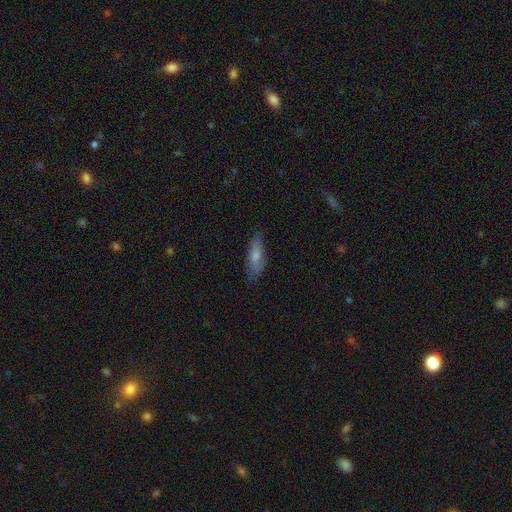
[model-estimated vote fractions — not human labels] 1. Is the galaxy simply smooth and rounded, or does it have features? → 70% smooth, 24% featured or disk, 7% star or artifact.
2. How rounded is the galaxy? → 53% in between, 44% cigar-shaped, 2% round.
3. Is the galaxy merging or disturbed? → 72% none, 22% minor disturbance, 5% major disturbance, 2% merger.